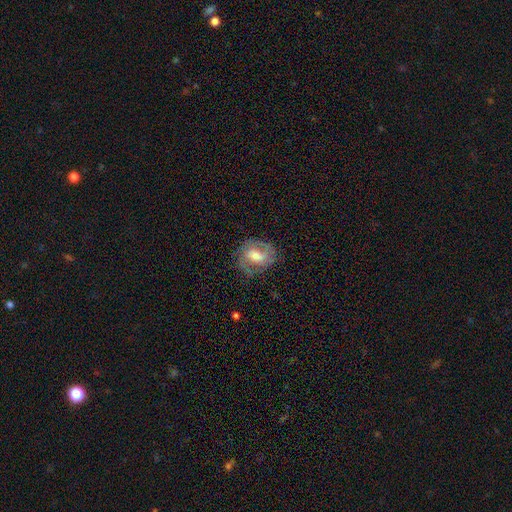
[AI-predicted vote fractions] Overall: featured or disk (69%). Edge-on disk: no (97%). Bar: weak (46%; no 35%). Spiral arms: yes (87%). Spiral arm count: 2 (70%). Spiral winding: medium (45%; tight 39%). Bulge size: moderate (60%; small 23%). Merging: none (70%).